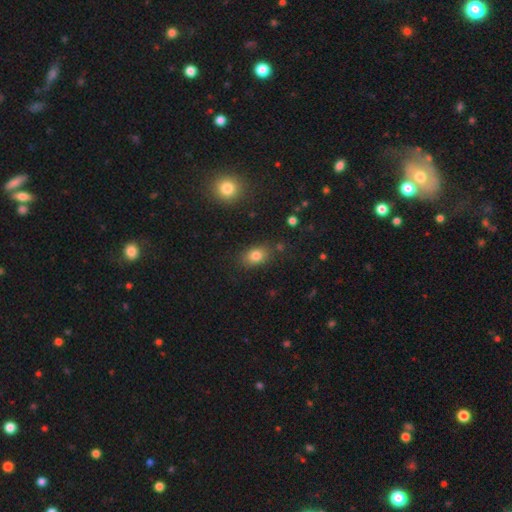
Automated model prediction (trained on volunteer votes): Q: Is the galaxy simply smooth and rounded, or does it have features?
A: smooth — 80%.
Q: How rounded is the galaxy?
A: in between — 74%.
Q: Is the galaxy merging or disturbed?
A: none — 81%.